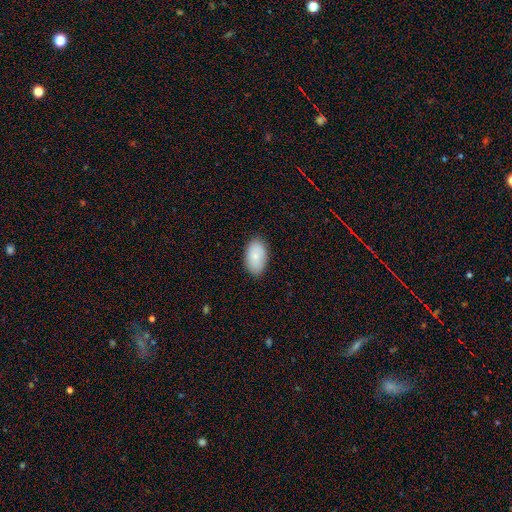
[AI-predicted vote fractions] Smooth or featured? smooth (82%)
How rounded? in between (94%)
Merging? none (86%)